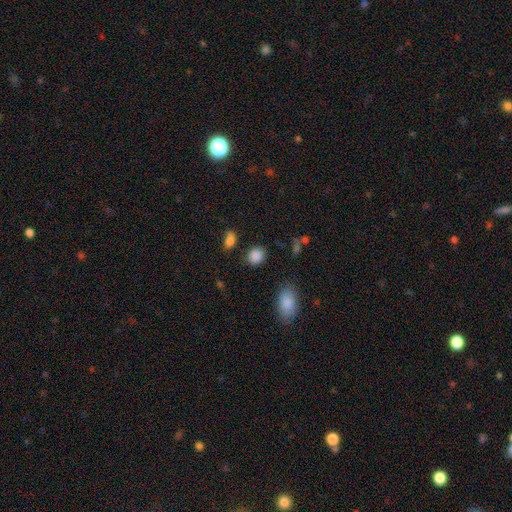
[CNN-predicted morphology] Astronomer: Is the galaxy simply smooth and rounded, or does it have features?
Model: smooth — 87%.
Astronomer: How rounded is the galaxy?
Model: round — 58% (runner-up: in between, 41%).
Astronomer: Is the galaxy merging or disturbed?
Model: none — 83%.